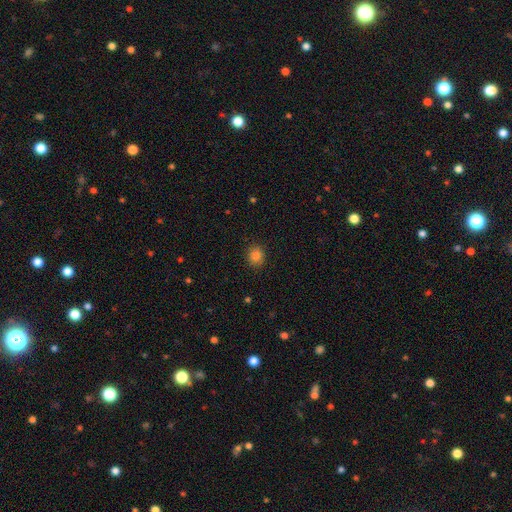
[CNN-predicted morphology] smooth 85%, star or artifact 12%, featured or disk 4%. Down the decision tree: how rounded — round (77%); merging — none (88%).